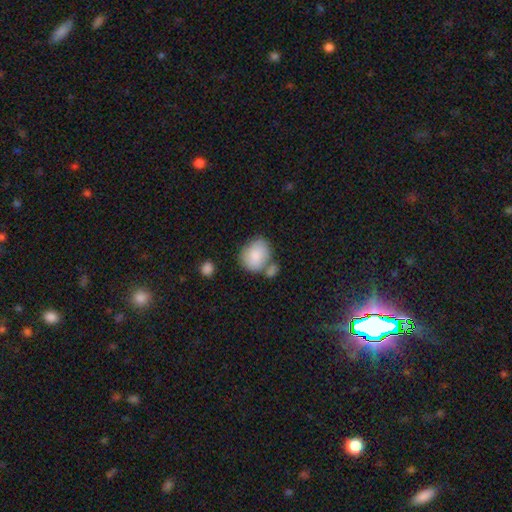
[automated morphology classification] Smooth or featured? smooth (83%)
How rounded? round (52%)
Merging? none (48%)